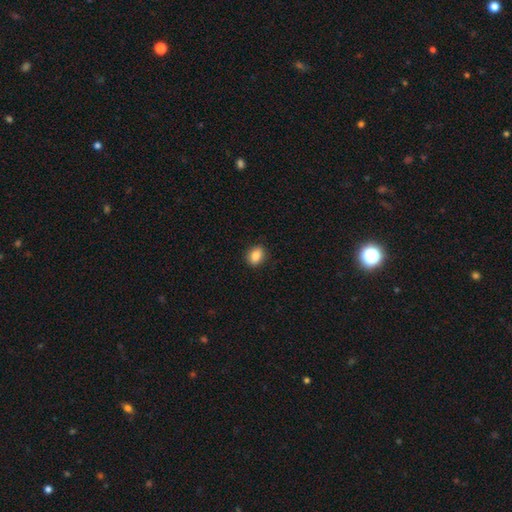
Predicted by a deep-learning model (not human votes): smooth 84%, star or artifact 9%, featured or disk 8%. Down the decision tree: how rounded — in between (63%); merging — none (88%).